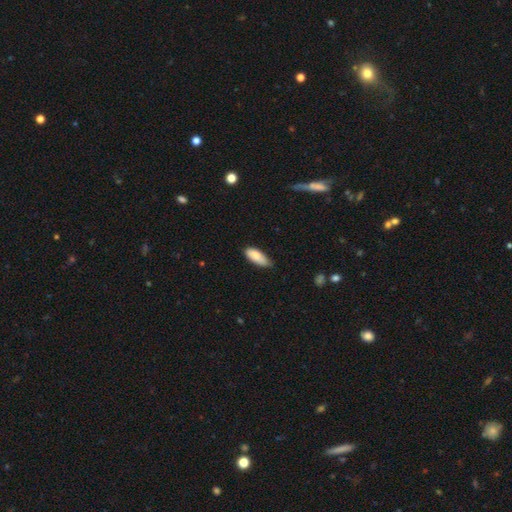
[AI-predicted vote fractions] smooth_or_featured: smooth (p=0.84) [alt: featured or disk p=0.10]
how_rounded: in between (p=0.80) [alt: cigar-shaped p=0.18]
merging: none (p=0.59) [alt: minor disturbance p=0.35]